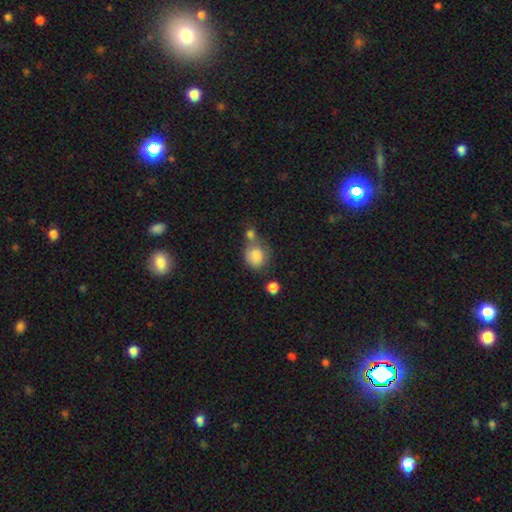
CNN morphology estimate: type=smooth (83%); roundness=round (71%); merging=none (39%).